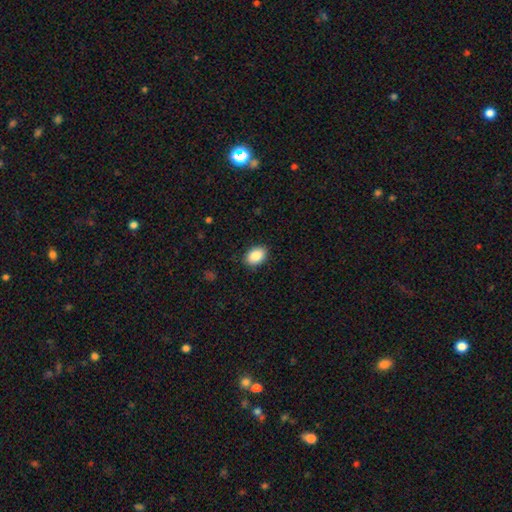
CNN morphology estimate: This is clearly a smooth galaxy (88%). How rounded: clearly in between (82%). Merging: clearly none (87%).